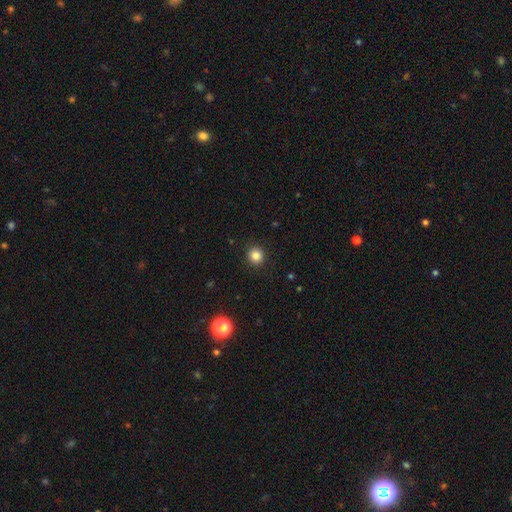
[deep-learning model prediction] This is clearly a smooth galaxy (84%). How rounded: clearly round (90%). Merging: clearly none (92%).